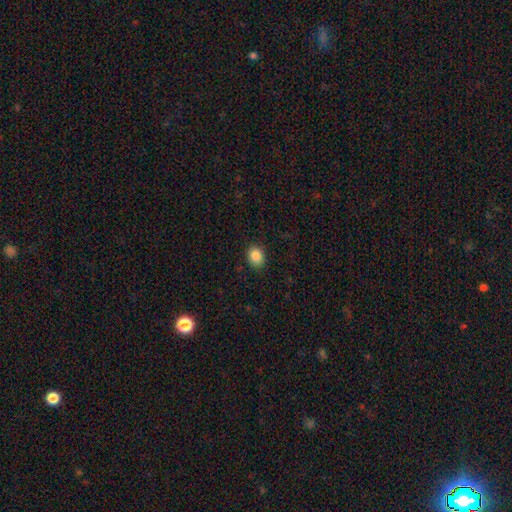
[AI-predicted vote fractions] Smooth or featured: smooth — 86% (star or artifact — 10%)
How rounded: round — 56% (in between — 44%)
Merging: none — 88% (minor disturbance — 9%)